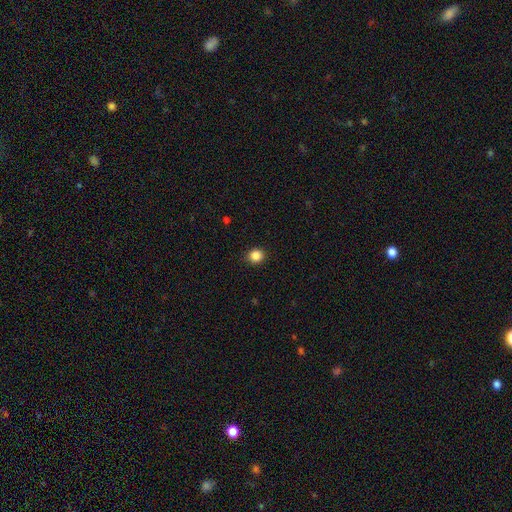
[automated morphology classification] Smooth or featured: smooth — 86% (star or artifact — 11%)
How rounded: round — 84% (in between — 15%)
Merging: none — 91% (minor disturbance — 6%)